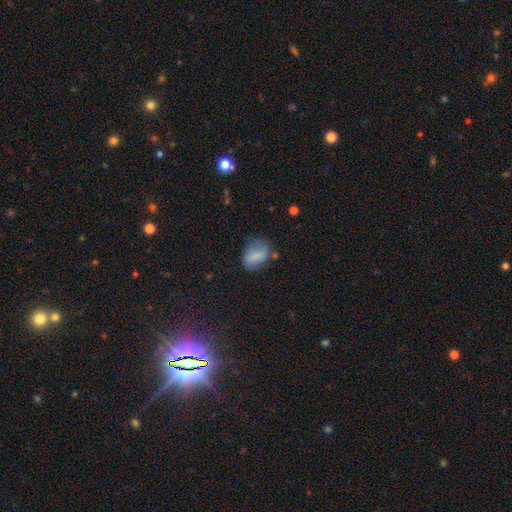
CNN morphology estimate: A smooth galaxy with no disk features (76%) that is in between round and cigar-shaped (81%). Merging: none (55%).